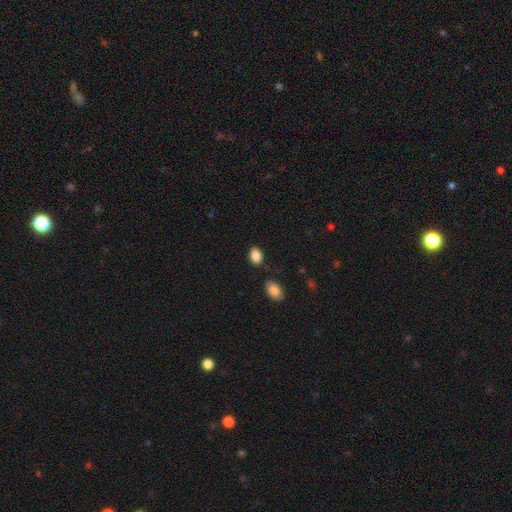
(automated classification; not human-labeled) smooth-or-featured: smooth: 88% | star or artifact: 8% | featured or disk: 4%
  how-rounded: in between: 75% | round: 24% | cigar-shaped: 1%
  merging: none: 77% | minor disturbance: 15% | merger: 6% | major disturbance: 3%